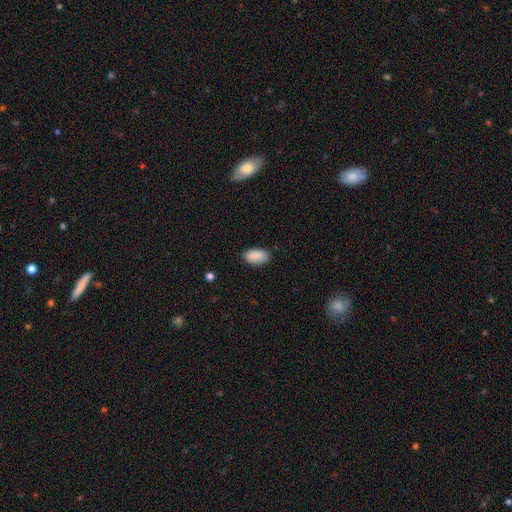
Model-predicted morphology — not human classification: The model was most divided on "merging": none: 83%, minor disturbance: 13%, major disturbance: 3%, merger: 1%. More confident: how rounded — in between (94%); smooth or featured — smooth (90%).